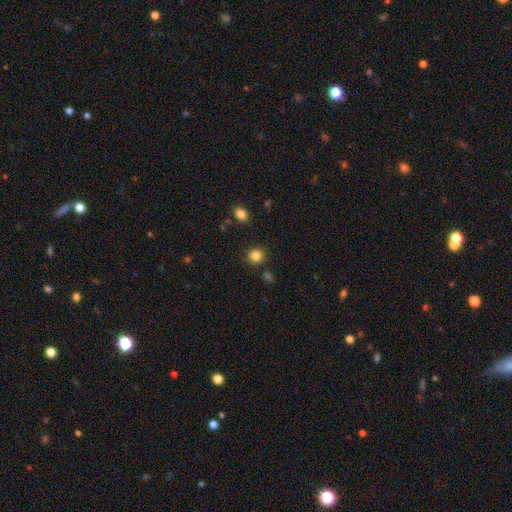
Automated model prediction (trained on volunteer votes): Overall: smooth (85%). How rounded: round (86%). Merging: none (86%).